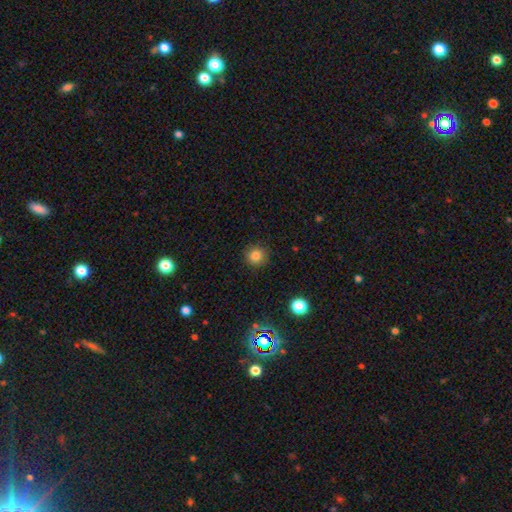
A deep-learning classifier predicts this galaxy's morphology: smooth 83%, star or artifact 12%, featured or disk 5%. Down the decision tree: how rounded — round (92%); merging — none (90%).